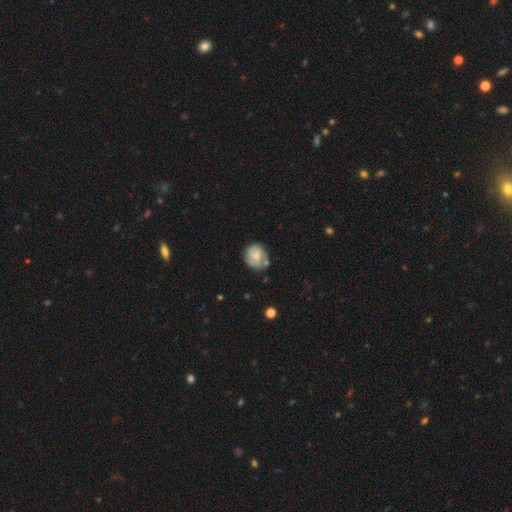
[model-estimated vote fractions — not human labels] Overall: featured or disk (49%; smooth 44%). Merging: none (59%; minor disturbance 26%).